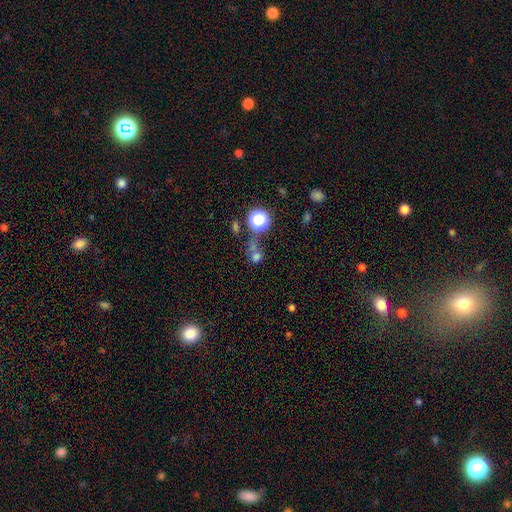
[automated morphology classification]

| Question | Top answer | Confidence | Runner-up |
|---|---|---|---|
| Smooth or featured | smooth | 60% | star or artifact (29%) |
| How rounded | round | 79% | in between (20%) |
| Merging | none | 44% | merger (35%) |